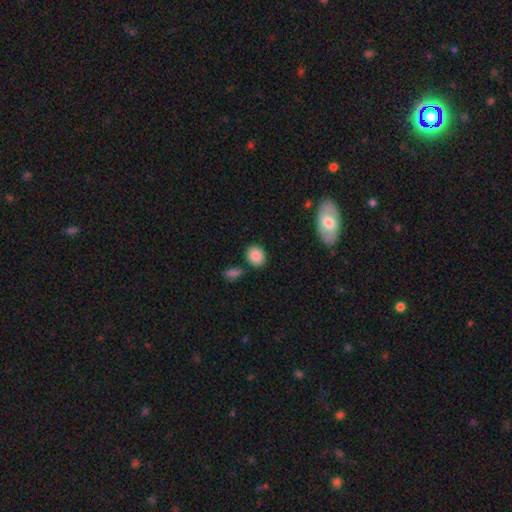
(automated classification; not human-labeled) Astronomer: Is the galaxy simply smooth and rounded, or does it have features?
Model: smooth — 86%.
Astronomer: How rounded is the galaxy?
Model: round — 57% (runner-up: in between, 42%).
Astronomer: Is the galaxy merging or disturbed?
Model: none — 79%.